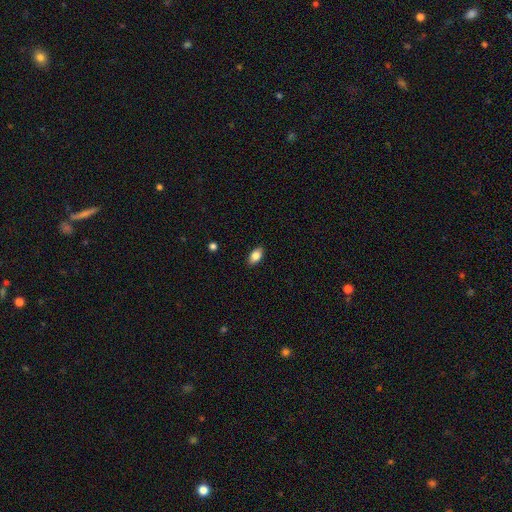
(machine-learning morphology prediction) A smooth galaxy with no disk features (85%) that is in between round and cigar-shaped (91%).

Vote fractions:
- Smooth or featured? smooth: 85% / star or artifact: 8% / featured or disk: 7%
- How rounded? in between: 91% / round: 7% / cigar-shaped: 3%
- Merging? none: 88% / minor disturbance: 9% / major disturbance: 2% / merger: 1%